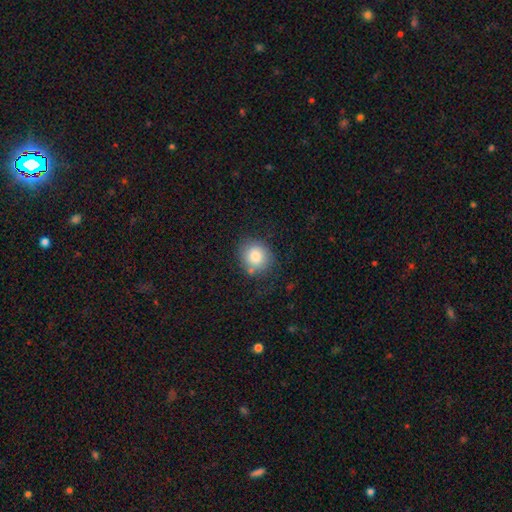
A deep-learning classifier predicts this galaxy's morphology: smooth_or_featured: smooth (p=0.83) [alt: star or artifact p=0.09]
how_rounded: round (p=0.80) [alt: in between p=0.19]
merging: none (p=0.75) [alt: minor disturbance p=0.16]